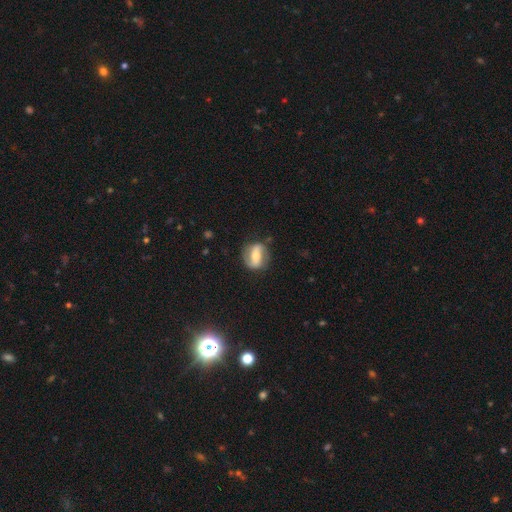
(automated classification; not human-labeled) The model was most divided on "bulge size": moderate: 59%, small: 32%, large: 6%, none: 2%, dominant: 1%. More confident: edge-on disk — no (92%); merging — none (77%); spiral arms — yes (74%); smooth or featured — featured or disk (66%); bar — strong (57%).